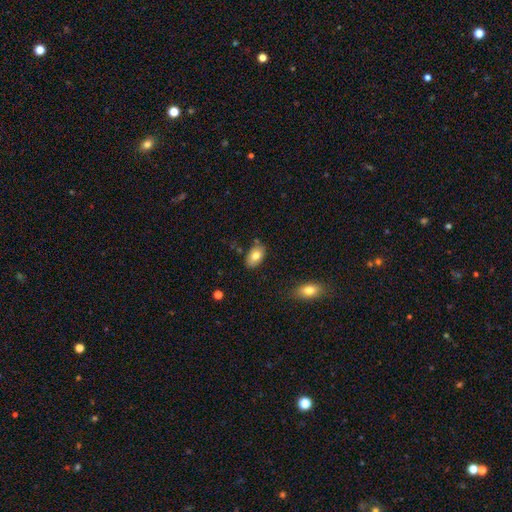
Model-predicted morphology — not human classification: A smooth galaxy with no disk features (77%) that is in between round and cigar-shaped (92%). Merging: none (80%).